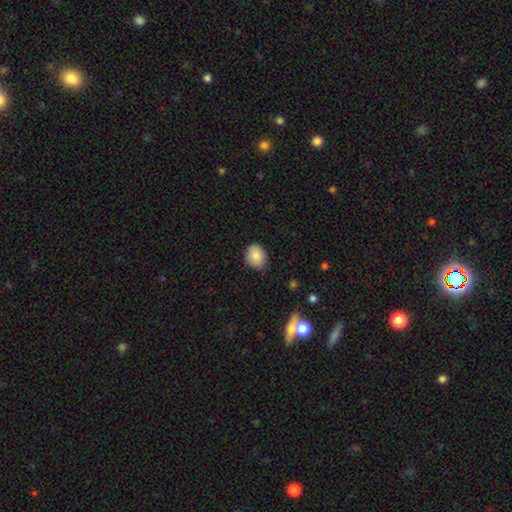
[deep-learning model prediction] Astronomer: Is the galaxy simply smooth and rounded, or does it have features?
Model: smooth — 87%.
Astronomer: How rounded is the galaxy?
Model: in between — 50% (runner-up: round, 49%).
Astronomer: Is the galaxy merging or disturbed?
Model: none — 78%.